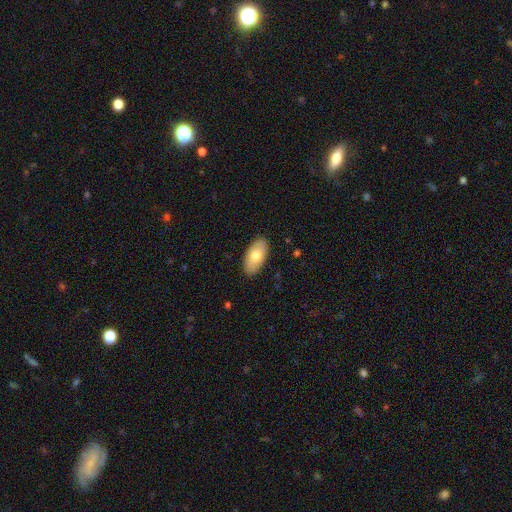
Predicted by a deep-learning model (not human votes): Morphology: type=smooth (74%); roundness=in between (94%); merging=none (89%).